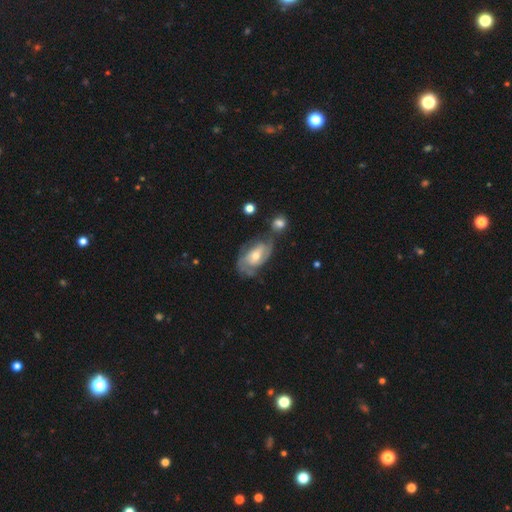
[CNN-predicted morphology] The model was most divided on "spiral winding": tight: 47%, medium: 39%, loose: 15%. Remaining: edge-on disk — no (95%); spiral arms — yes (90%); smooth or featured — featured or disk (77%); bulge size — moderate (56%); bar — no (54%); spiral arm count — 2 (51%); merging — none (47%).